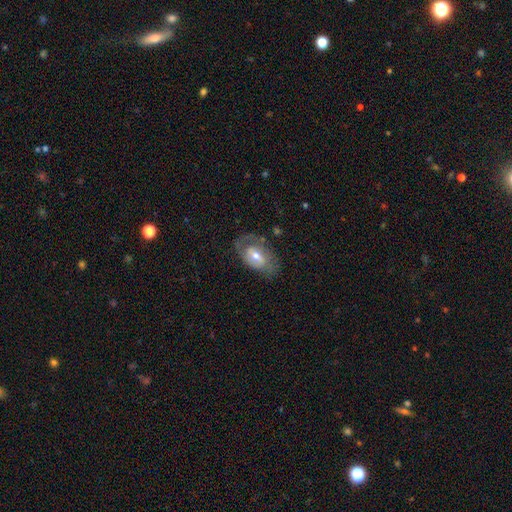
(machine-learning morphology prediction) This appears to be a featured or disk galaxy (62%) with a weak bar (42%), spiral arms (67%) and a moderate central bulge (67%). Merging: none (58%).